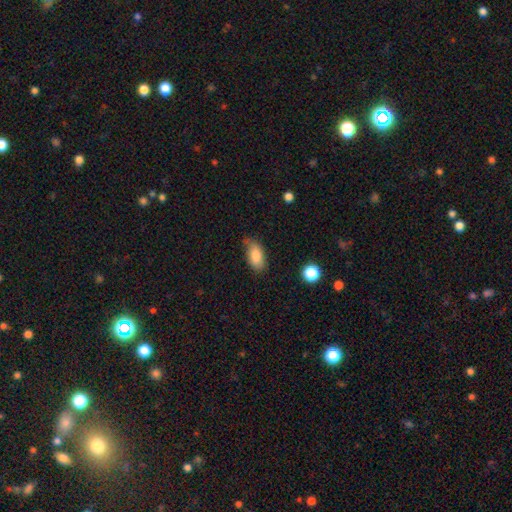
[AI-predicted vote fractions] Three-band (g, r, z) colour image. It shows a smooth galaxy with no disk features (83%) that is in between round and cigar-shaped (91%). Merging: none (63%).